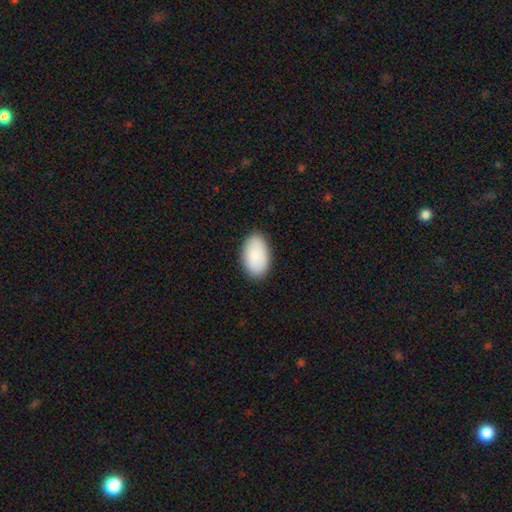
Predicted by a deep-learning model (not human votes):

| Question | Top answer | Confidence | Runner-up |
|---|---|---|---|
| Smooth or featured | smooth | 85% | featured or disk (9%) |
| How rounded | in between | 95% | round (4%) |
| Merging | none | 86% | minor disturbance (10%) |